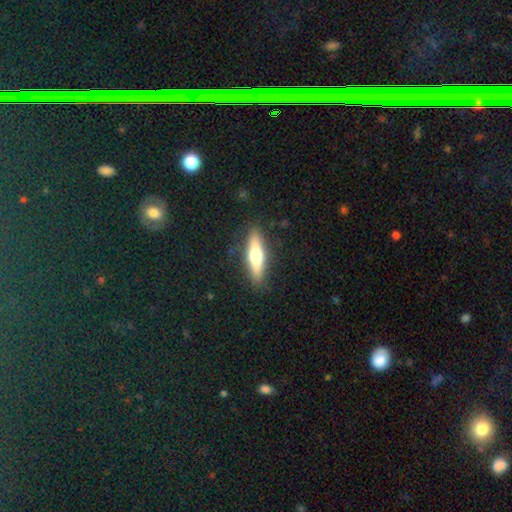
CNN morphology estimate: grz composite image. It shows a smooth galaxy with no disk features (52%) that is cigar-shaped (72%). Merging: none (87%).